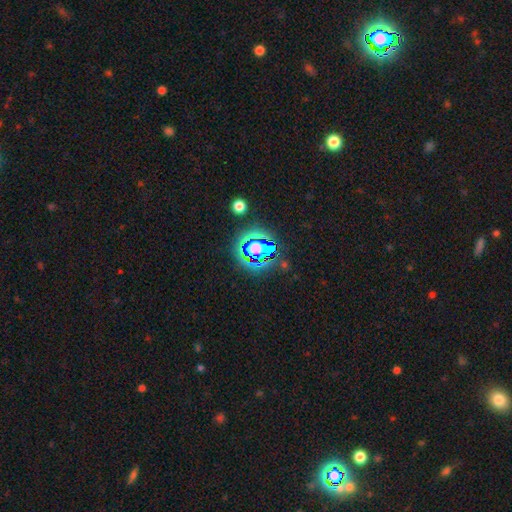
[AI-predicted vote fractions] Smooth or featured: star or artifact — 73% (smooth — 17%)